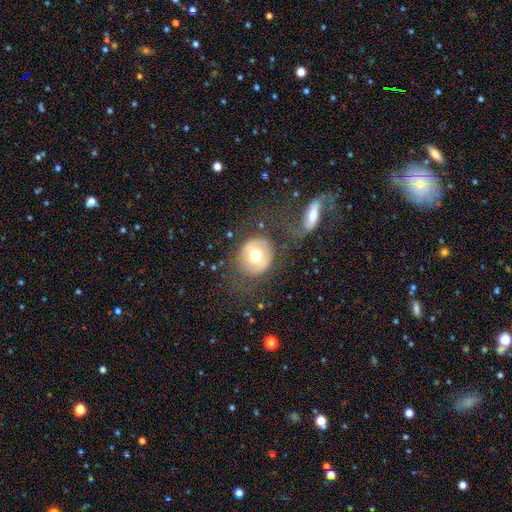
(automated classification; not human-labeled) A smooth galaxy with no disk features (54%) that is round (78%).

Vote fractions:
- Smooth or featured? smooth: 54% / featured or disk: 38% / star or artifact: 8%
- How rounded? round: 78% / in between: 21% / cigar-shaped: 1%
- Merging? none: 65% / minor disturbance: 14% / major disturbance: 14% / merger: 7%